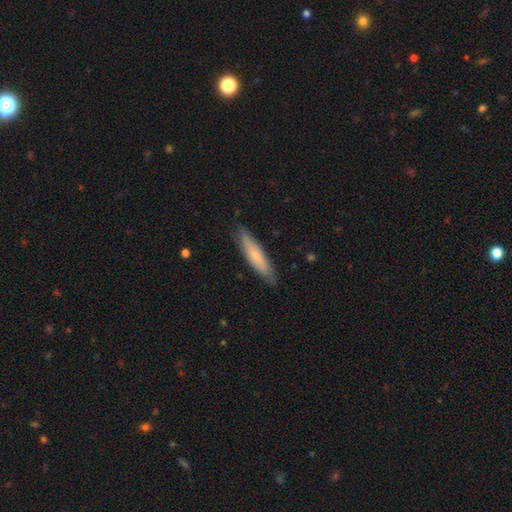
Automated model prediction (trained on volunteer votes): A smooth galaxy with no disk features (64%) that is cigar-shaped (81%). Merging: none (86%).